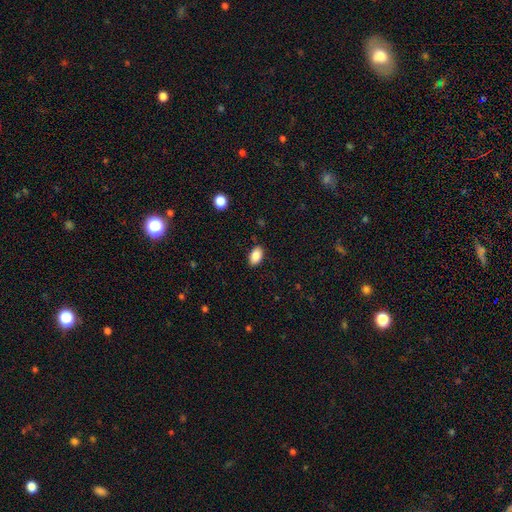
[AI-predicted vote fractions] smooth_or_featured: smooth (p=0.86) [alt: star or artifact p=0.08]
how_rounded: in between (p=0.92) [alt: round p=0.07]
merging: none (p=0.88) [alt: minor disturbance p=0.09]